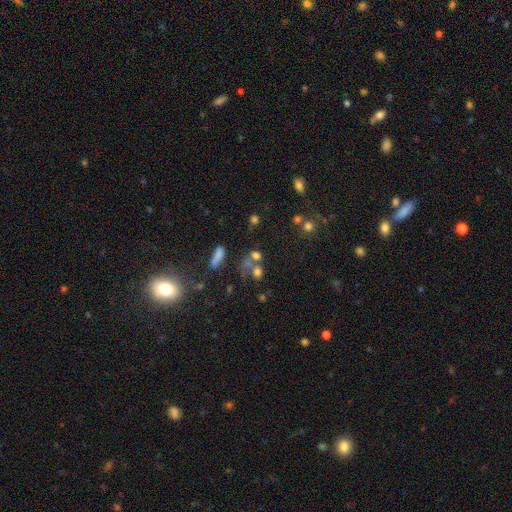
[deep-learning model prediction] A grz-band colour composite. It shows a smooth galaxy with no disk features (62%) that is round (57%). Merging: merger (44%).